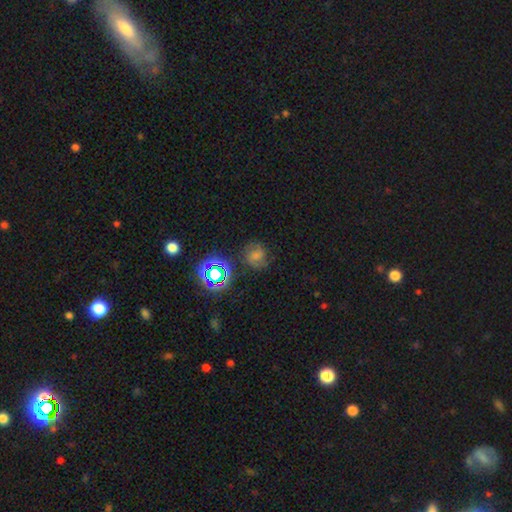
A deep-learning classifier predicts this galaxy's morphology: Smooth or featured? smooth (38%)
Merging? none (74%)